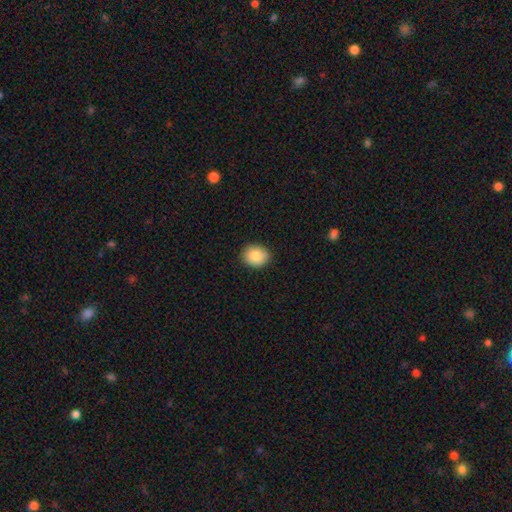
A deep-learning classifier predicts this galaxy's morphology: Smooth or featured: smooth — 86% (star or artifact — 8%)
How rounded: round — 64% (in between — 35%)
Merging: none — 90% (minor disturbance — 8%)